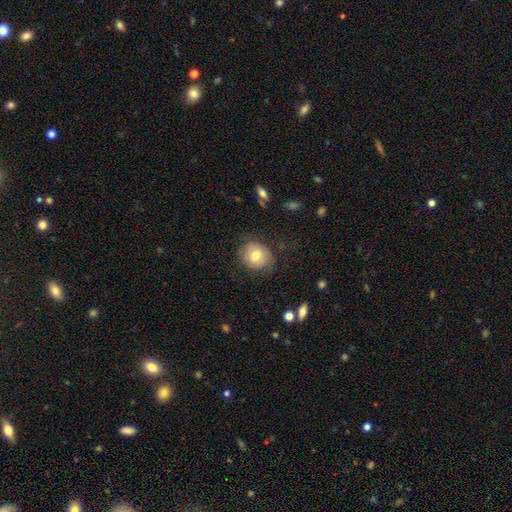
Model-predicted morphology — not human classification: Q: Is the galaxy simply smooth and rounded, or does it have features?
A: smooth — 72%.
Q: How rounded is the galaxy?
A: round — 71%.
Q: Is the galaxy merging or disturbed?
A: none — 72%.